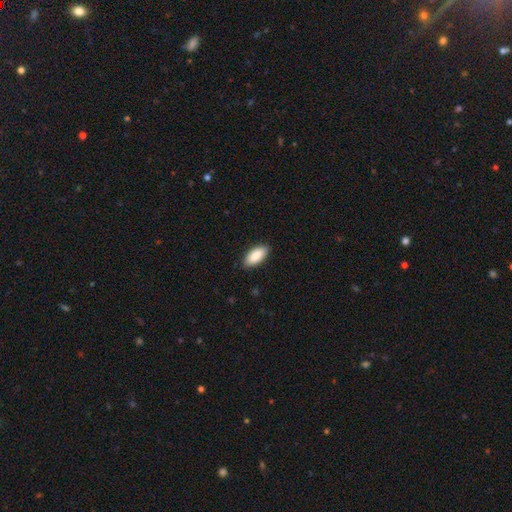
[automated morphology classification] A smooth galaxy with no disk features (89%) that is in between round and cigar-shaped (90%).

Vote fractions:
- Smooth or featured? smooth: 89% / star or artifact: 6% / featured or disk: 5%
- How rounded? in between: 90% / cigar-shaped: 9% / round: 2%
- Merging? none: 88% / minor disturbance: 9% / major disturbance: 2% / merger: 1%